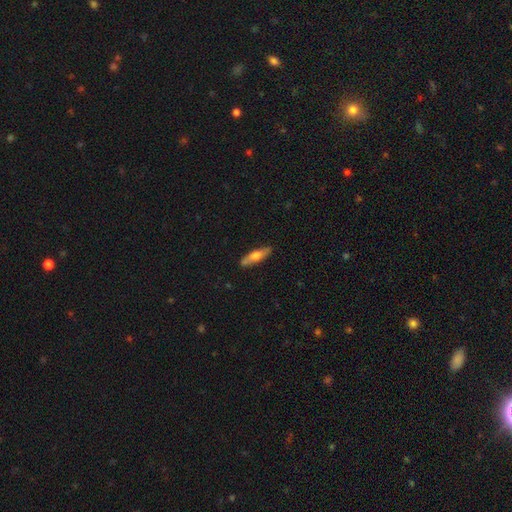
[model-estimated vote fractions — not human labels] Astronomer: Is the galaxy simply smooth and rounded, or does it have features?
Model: smooth — 59% (runner-up: featured or disk, 35%).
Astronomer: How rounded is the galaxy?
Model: cigar-shaped — 67%.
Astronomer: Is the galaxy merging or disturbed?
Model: none — 85%.